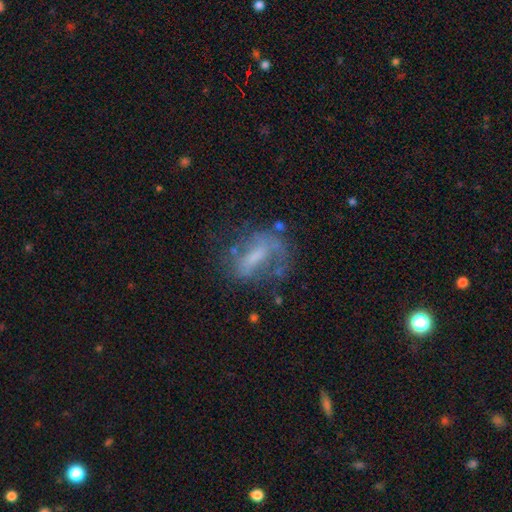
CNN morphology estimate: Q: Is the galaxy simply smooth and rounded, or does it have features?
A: featured or disk — 58%.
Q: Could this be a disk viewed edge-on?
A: no — 91%.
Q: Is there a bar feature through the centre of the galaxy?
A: weak — 37%.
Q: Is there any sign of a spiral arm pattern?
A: yes — 53%.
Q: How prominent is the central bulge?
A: none — 32%.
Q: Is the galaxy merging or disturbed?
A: none — 45%.